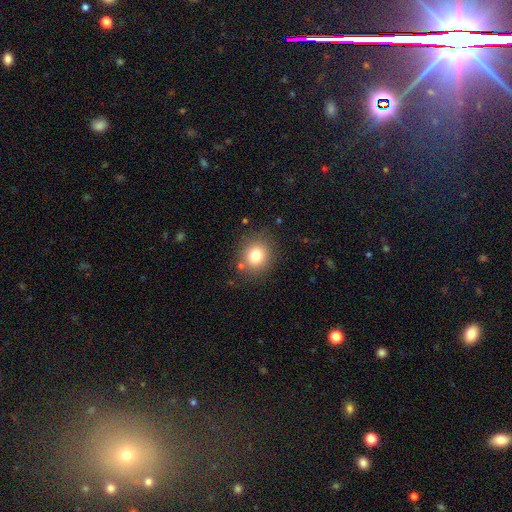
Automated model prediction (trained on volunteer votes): Overall: smooth (78%). How rounded: round (81%). Merging: none (84%).